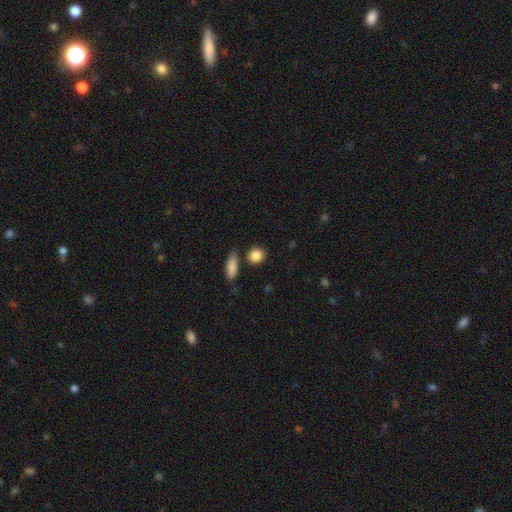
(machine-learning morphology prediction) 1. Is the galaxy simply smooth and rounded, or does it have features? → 87% smooth, 8% star or artifact, 5% featured or disk.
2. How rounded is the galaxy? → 80% round, 18% in between, 3% cigar-shaped.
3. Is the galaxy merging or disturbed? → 79% none, 10% minor disturbance, 8% merger, 3% major disturbance.